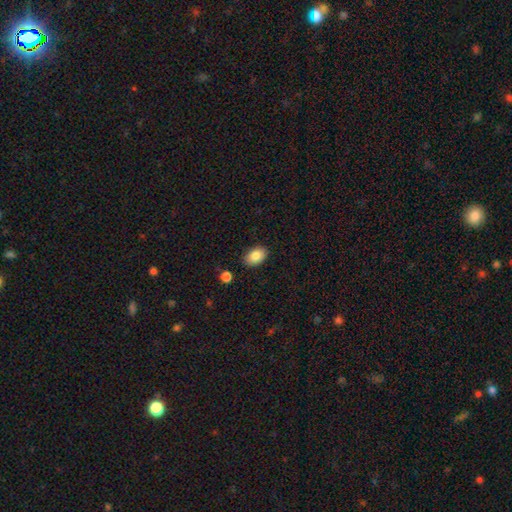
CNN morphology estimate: Smooth or featured: smooth — 86% (star or artifact — 8%)
How rounded: in between — 89% (round — 10%)
Merging: none — 87% (minor disturbance — 10%)